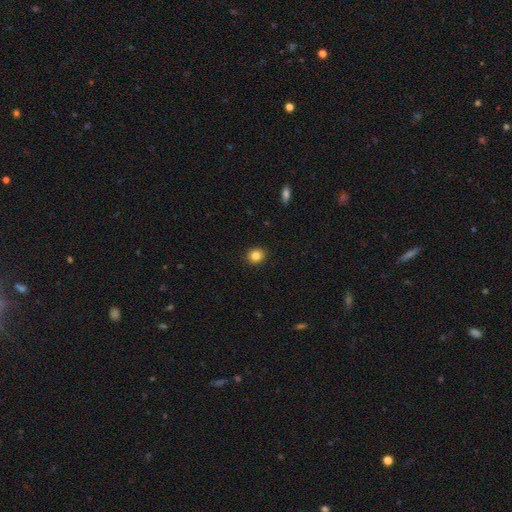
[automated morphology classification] Smooth or featured: smooth — 84% (star or artifact — 11%)
How rounded: round — 80% (in between — 19%)
Merging: none — 92% (minor disturbance — 6%)